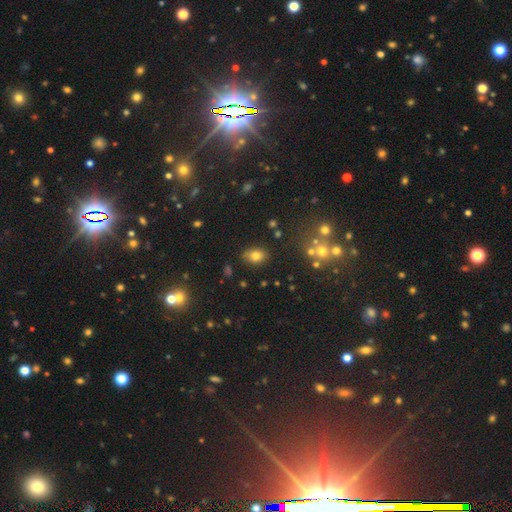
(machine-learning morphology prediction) The model was most divided on "how rounded": in between: 69%, round: 29%, cigar-shaped: 1%. More confident: merging — none (78%); smooth or featured — smooth (75%).